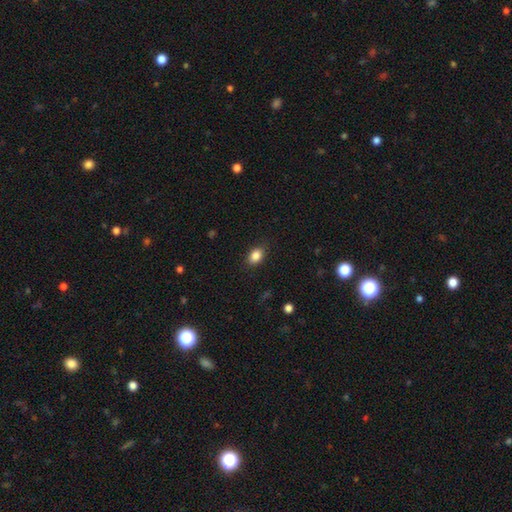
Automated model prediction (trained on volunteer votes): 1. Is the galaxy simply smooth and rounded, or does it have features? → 86% smooth, 9% star or artifact, 5% featured or disk.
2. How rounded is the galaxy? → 77% in between, 22% round, 1% cigar-shaped.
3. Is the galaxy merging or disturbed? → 86% none, 10% minor disturbance, 3% major disturbance, 1% merger.